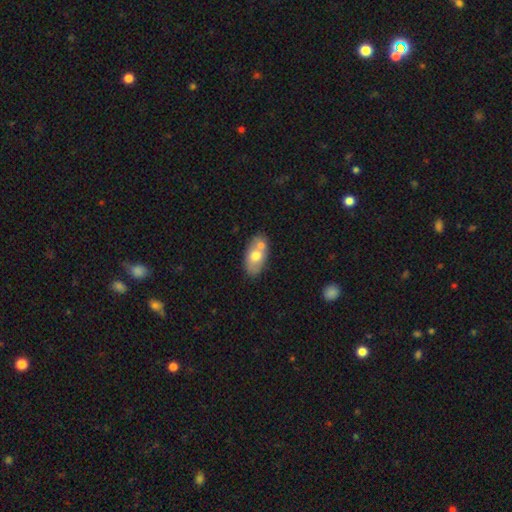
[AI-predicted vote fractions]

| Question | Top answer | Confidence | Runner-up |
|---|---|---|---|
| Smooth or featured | smooth | 66% | featured or disk (27%) |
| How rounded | in between | 90% | round (7%) |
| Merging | none | 52% | merger (31%) |